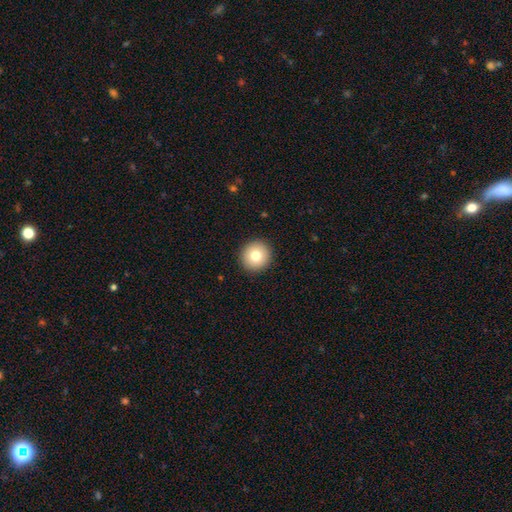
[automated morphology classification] type=smooth (77%); roundness=round (94%); merging=none (93%).